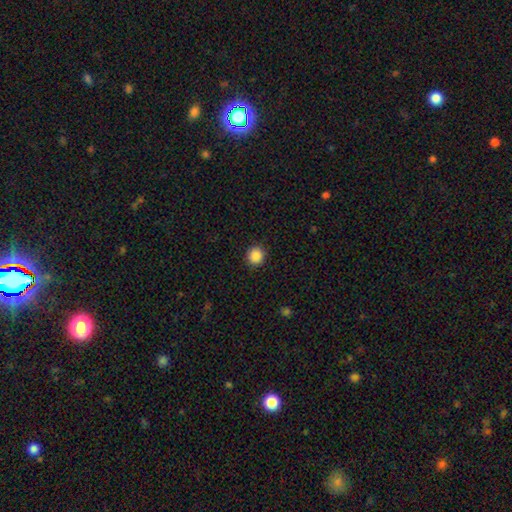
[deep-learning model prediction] Overall: smooth (88%). How rounded: round (91%). Merging: none (90%).